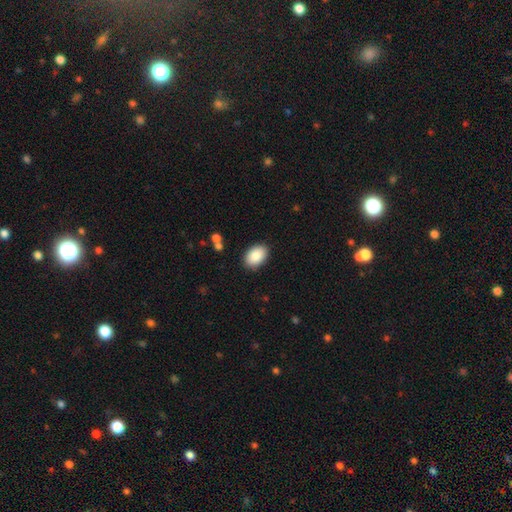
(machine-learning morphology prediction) smooth 89%, star or artifact 6%, featured or disk 5%. Down the decision tree: how rounded — in between (89%); merging — none (88%).